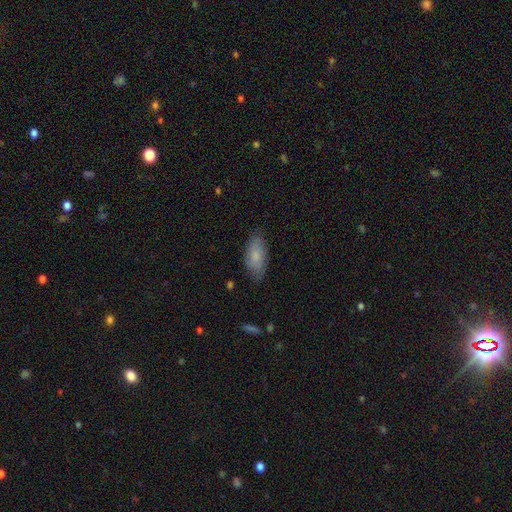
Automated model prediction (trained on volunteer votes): Morphology: type=smooth (78%); roundness=in between (87%); merging=none (77%).